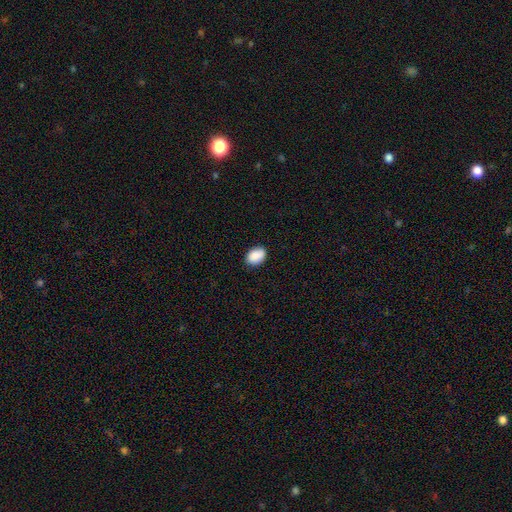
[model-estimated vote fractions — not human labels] smooth-or-featured: smooth: 89% | star or artifact: 7% | featured or disk: 4%
  how-rounded: in between: 81% | round: 18% | cigar-shaped: 1%
  merging: none: 84% | minor disturbance: 12% | major disturbance: 2% | merger: 1%